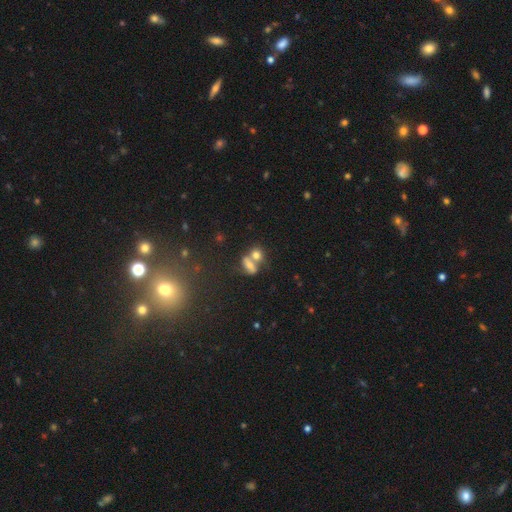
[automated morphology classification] A smooth galaxy with no disk features (68%) that is in between round and cigar-shaped (48%). Merging: merger (55%).